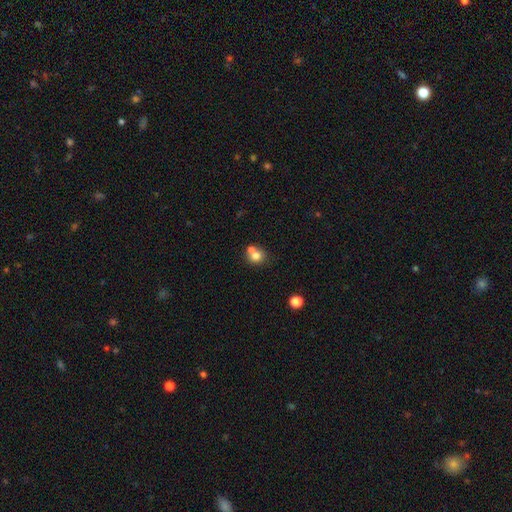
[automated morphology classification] Smooth or featured? smooth (75%)
How rounded? round (79%)
Merging? merger (46%)